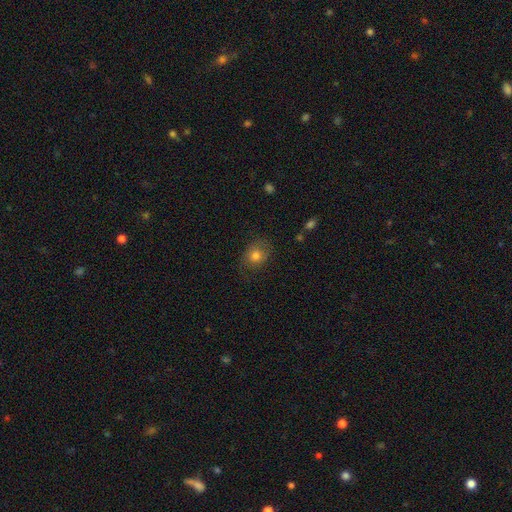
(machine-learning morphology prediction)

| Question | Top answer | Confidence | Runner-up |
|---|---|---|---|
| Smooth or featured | smooth | 78% | featured or disk (12%) |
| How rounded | round | 66% | in between (33%) |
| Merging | none | 74% | minor disturbance (18%) |